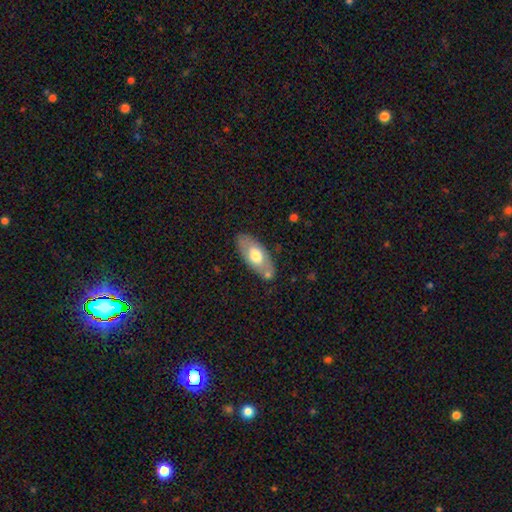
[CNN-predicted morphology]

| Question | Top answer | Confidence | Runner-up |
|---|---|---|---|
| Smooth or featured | smooth | 60% | featured or disk (34%) |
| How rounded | in between | 87% | cigar-shaped (10%) |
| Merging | none | 74% | minor disturbance (16%) |